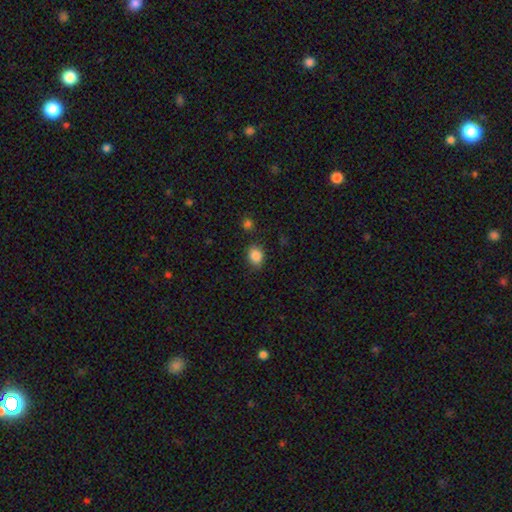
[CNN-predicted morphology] smooth-or-featured: smooth: 86% | star or artifact: 10% | featured or disk: 4%
  how-rounded: round: 50% | in between: 49% | cigar-shaped: 1%
  merging: none: 81% | minor disturbance: 13% | merger: 3% | major disturbance: 3%